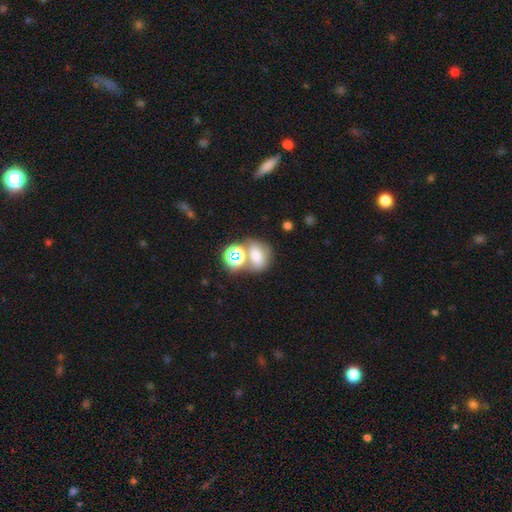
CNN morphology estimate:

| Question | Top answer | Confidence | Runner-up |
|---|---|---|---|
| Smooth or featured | smooth | 62% | star or artifact (22%) |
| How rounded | in between | 50% | round (48%) |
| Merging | none | 46% | merger (35%) |